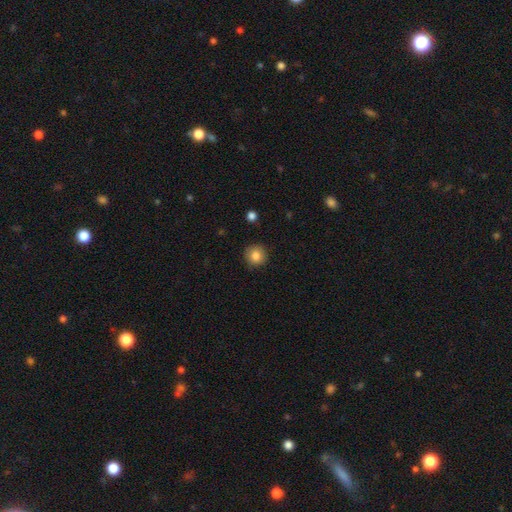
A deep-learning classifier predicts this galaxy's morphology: The model was most divided on "smooth or featured": smooth: 85%, star or artifact: 9%, featured or disk: 6%. More confident: how rounded — round (92%); merging — none (88%).